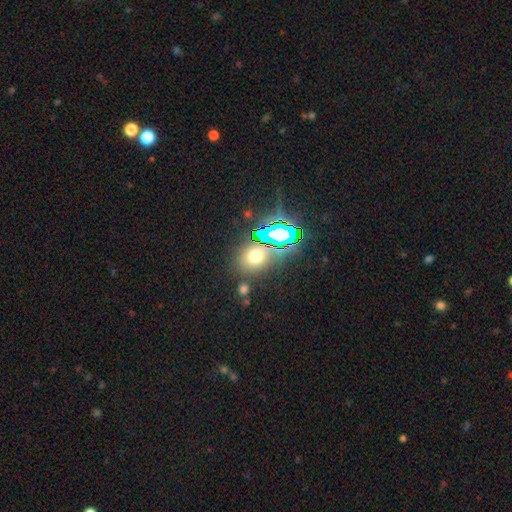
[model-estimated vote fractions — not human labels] A smooth galaxy with no disk features (57%) that is round (59%). Merging: none (76%).